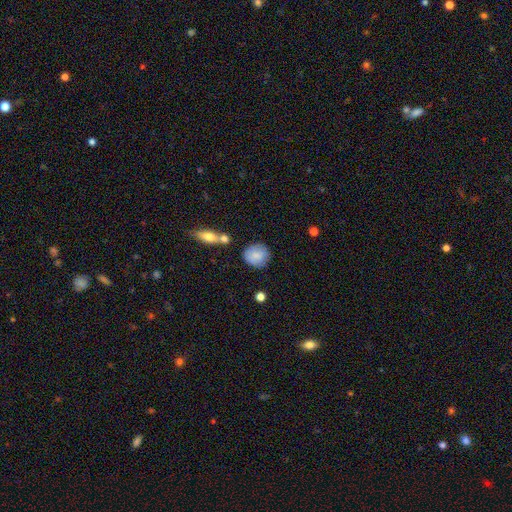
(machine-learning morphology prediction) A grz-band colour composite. It shows a smooth galaxy with no disk features (83%) that is round (84%). Merging: none (75%).